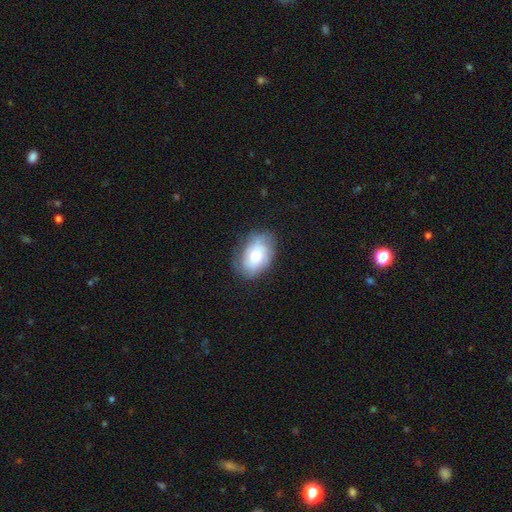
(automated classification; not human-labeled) Q: Smooth or featured?
A: smooth (53%); runner-up: featured or disk (39%)
Q: How rounded?
A: in between (82%); runner-up: round (17%)
Q: Merging?
A: none (68%); runner-up: minor disturbance (23%)